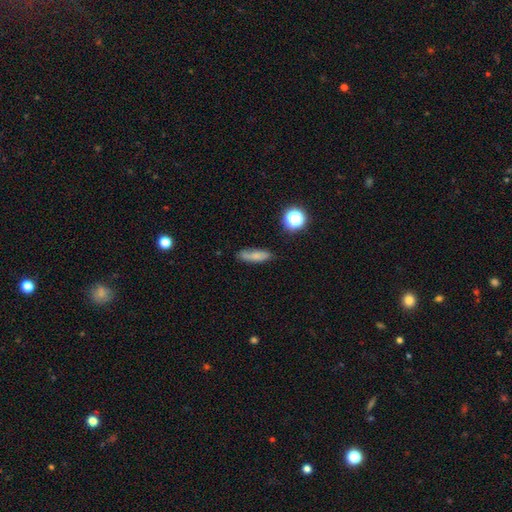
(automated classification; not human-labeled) Q: Smooth or featured?
A: smooth (74%); runner-up: featured or disk (14%)
Q: How rounded?
A: cigar-shaped (55%); runner-up: in between (40%)
Q: Merging?
A: none (70%); runner-up: minor disturbance (22%)